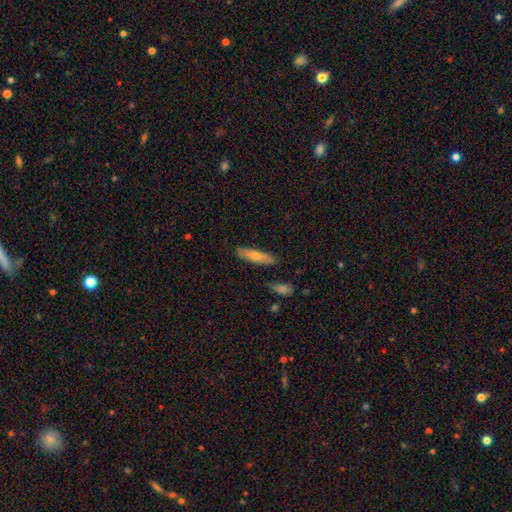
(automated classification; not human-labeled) smooth-or-featured: smooth: 60% | featured or disk: 33% | star or artifact: 7%
  how-rounded: cigar-shaped: 75% | in between: 23% | round: 2%
  merging: none: 84% | minor disturbance: 11% | merger: 3% | major disturbance: 2%